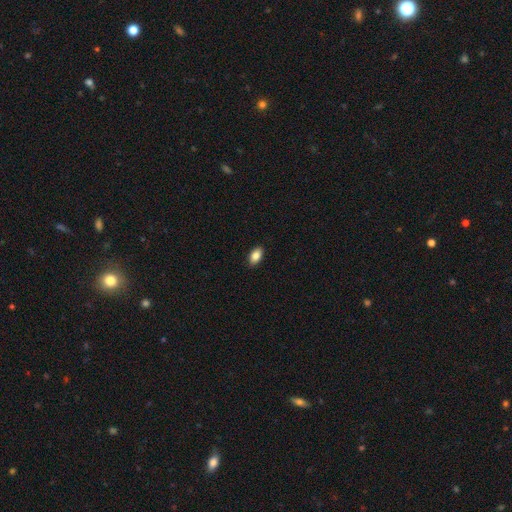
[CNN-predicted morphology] This is clearly a smooth galaxy (86%). How rounded: clearly in between (93%). Merging: clearly none (90%).